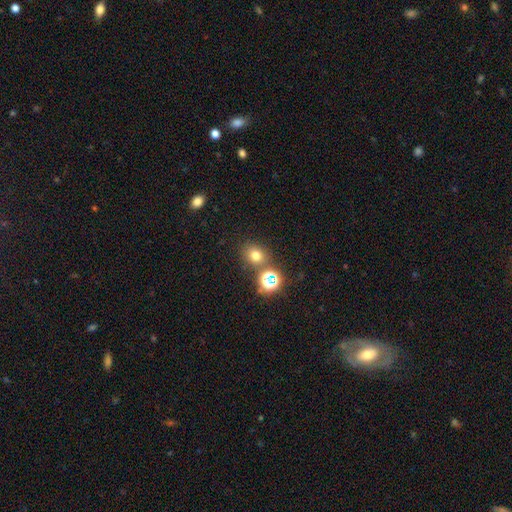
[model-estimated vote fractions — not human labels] The model was most divided on "how rounded": round: 72%, in between: 27%, cigar-shaped: 1%. More confident: merging — none (75%); smooth or featured — smooth (69%).